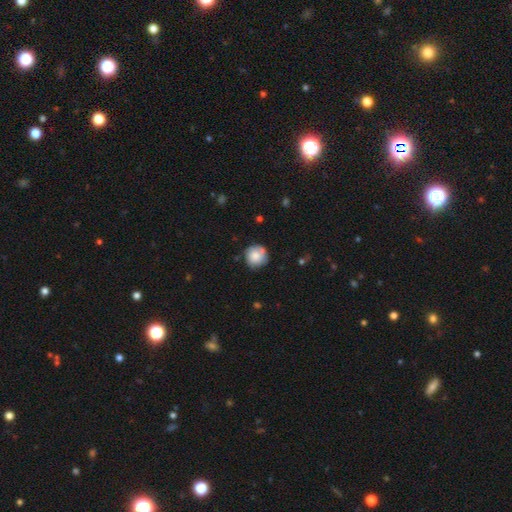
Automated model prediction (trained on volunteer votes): Smooth or featured? smooth (76%)
How rounded? round (93%)
Merging? none (72%)